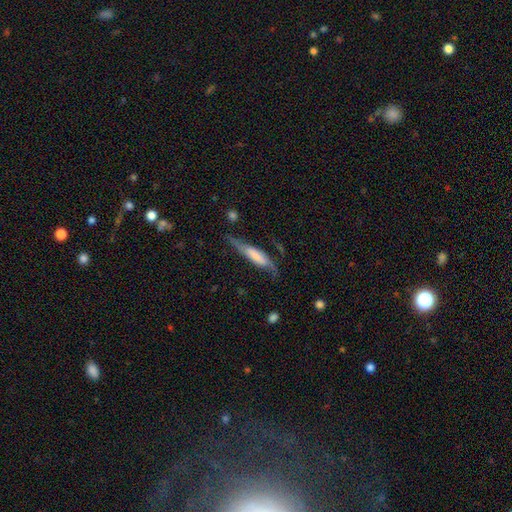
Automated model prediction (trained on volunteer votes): smooth_or_featured: featured or disk (p=0.49) [alt: smooth p=0.44]
merging: none (p=0.53) [alt: minor disturbance p=0.29]